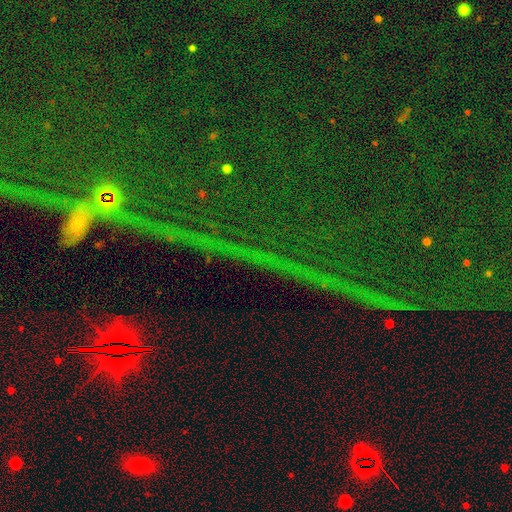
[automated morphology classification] This appears to be a star or artifact, not a galaxy (84%).